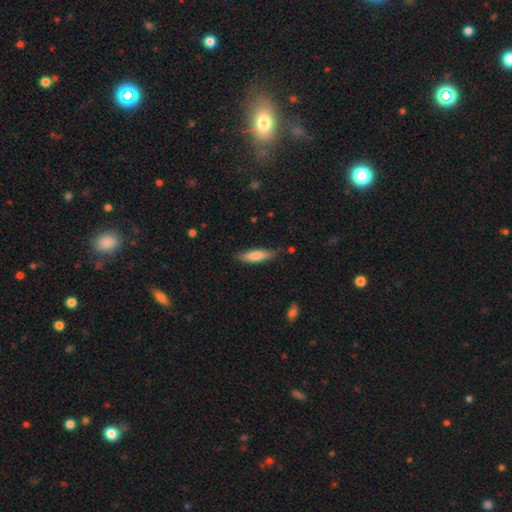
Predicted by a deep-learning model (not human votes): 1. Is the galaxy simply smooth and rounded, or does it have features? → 77% smooth, 17% featured or disk, 6% star or artifact.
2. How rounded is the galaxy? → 62% cigar-shaped, 37% in between, 2% round.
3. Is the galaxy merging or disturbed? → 80% none, 15% minor disturbance, 3% major disturbance, 2% merger.